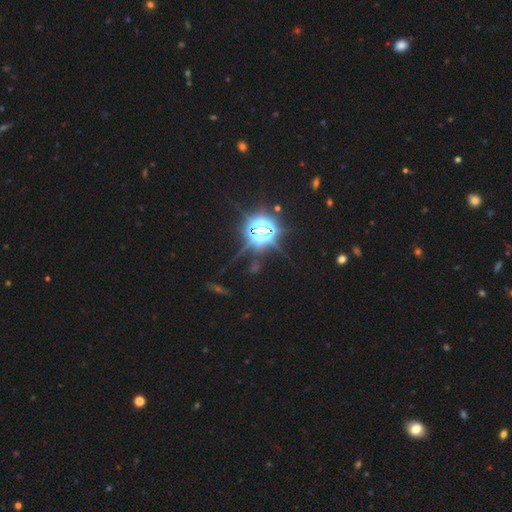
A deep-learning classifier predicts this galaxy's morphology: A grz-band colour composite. It shows a star or artifact, not a galaxy (84%).